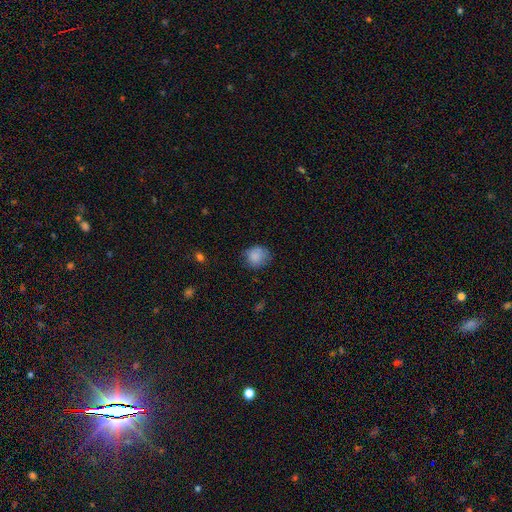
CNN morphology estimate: type=smooth (84%); roundness=round (75%); merging=none (65%).